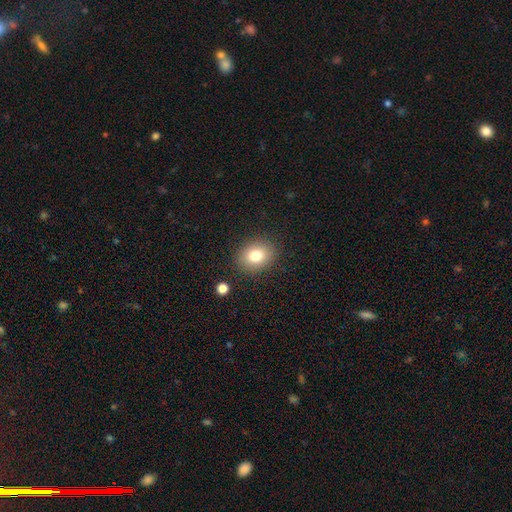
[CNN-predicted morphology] Smooth or featured?
  - smooth: 79% *
  - star or artifact: 11%
  - featured or disk: 10%
How rounded?
  - round: 52% *
  - in between: 48%
  - cigar-shaped: 1%
Merging?
  - none: 87% *
  - minor disturbance: 8%
  - major disturbance: 3%
  - merger: 2%